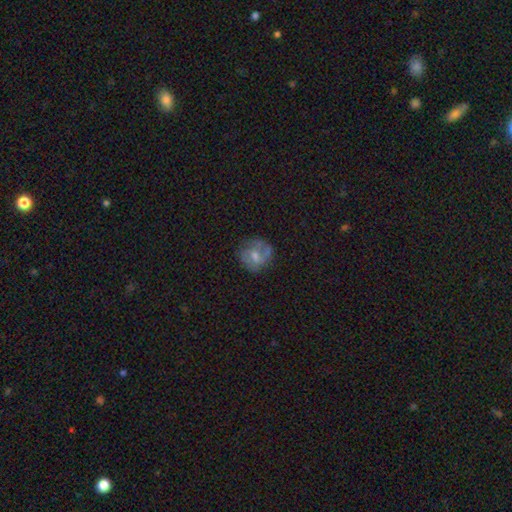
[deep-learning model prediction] Smooth or featured: featured or disk — 46% (tied with smooth — 46%)
Merging: none — 62% (minor disturbance — 23%)